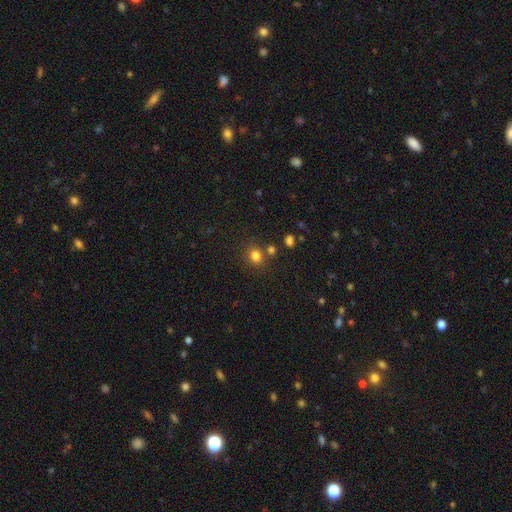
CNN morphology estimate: This appears to be a smooth galaxy with no disk features (80%) that is round (64%). Merging: none (74%).